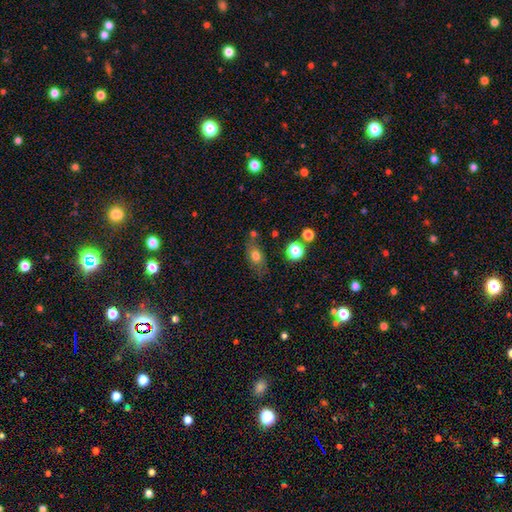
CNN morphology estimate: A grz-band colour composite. It shows a smooth galaxy with no disk features (74%) that is in between round and cigar-shaped (72%). Merging: none (68%).